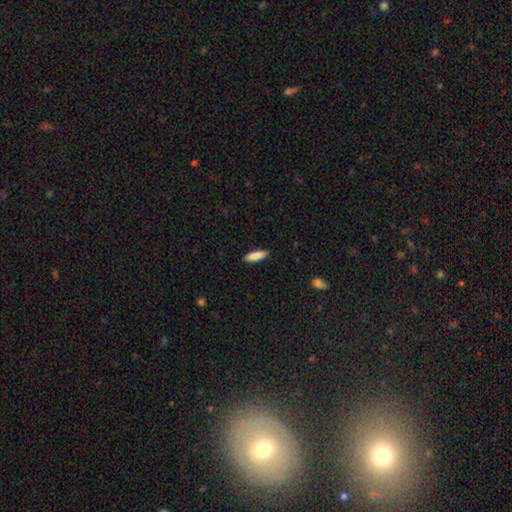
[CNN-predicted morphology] type=smooth (86%); roundness=cigar-shaped (66%); merging=none (89%).